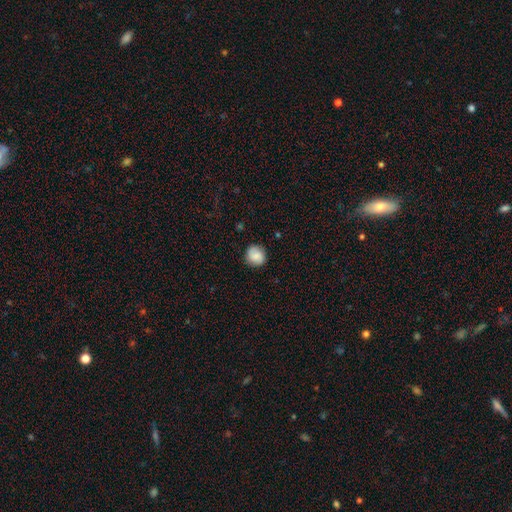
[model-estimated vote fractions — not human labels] This appears to be a smooth galaxy with no disk features (77%) that is round (86%). Merging: none (83%).